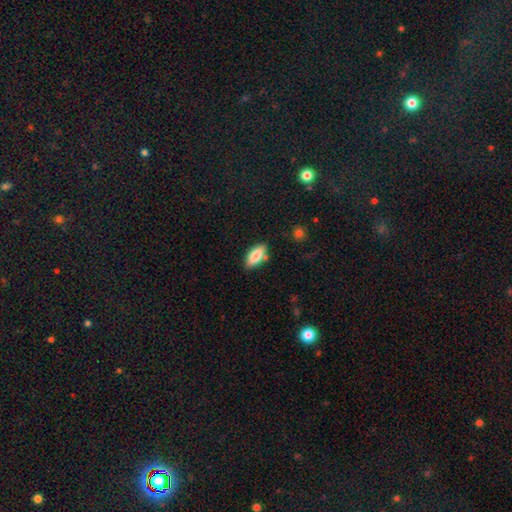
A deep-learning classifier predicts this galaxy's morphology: Smooth or featured? Predicted: smooth (p=0.80). How rounded? Predicted: in between (p=0.83). Merging? Predicted: none (p=0.79).